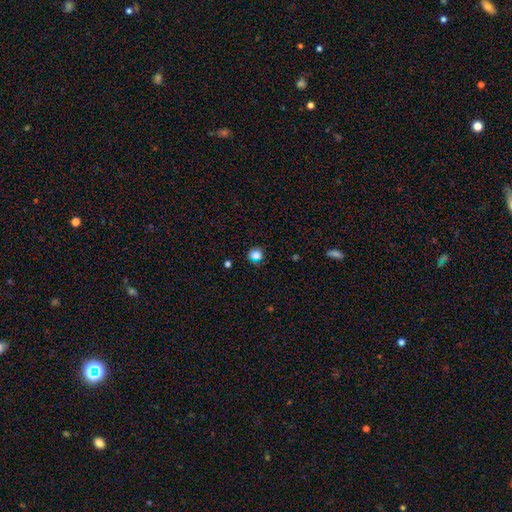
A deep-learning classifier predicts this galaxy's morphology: This appears to be a smooth galaxy with no disk features (78%) that is round (79%). Merging: none (79%).